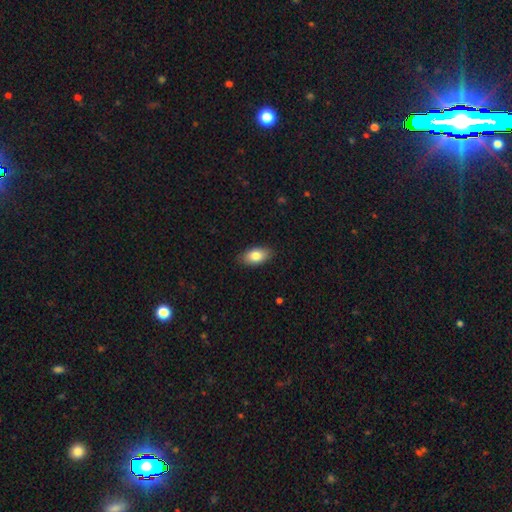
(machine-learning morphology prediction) A smooth galaxy with no disk features (83%) that is in between round and cigar-shaped (93%). Merging: none (88%).